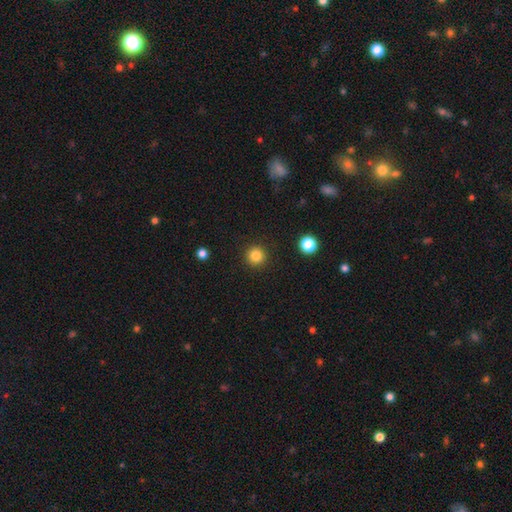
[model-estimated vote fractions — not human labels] Smooth or featured? smooth (84%)
How rounded? round (96%)
Merging? none (92%)